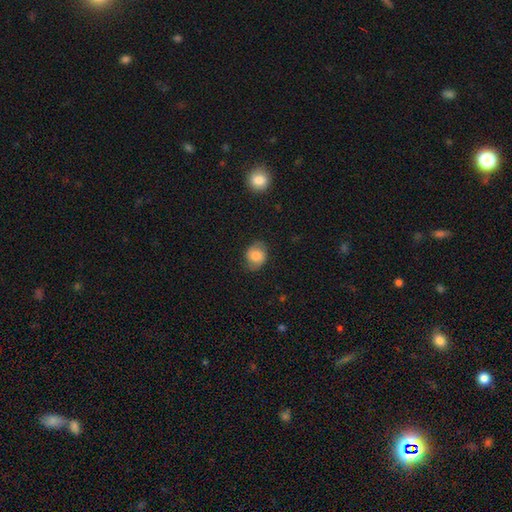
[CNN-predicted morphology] A smooth galaxy with no disk features (70%) that is round (55%).

Vote fractions:
- Smooth or featured? smooth: 70% / featured or disk: 21% / star or artifact: 9%
- How rounded? round: 55% / in between: 44% / cigar-shaped: 1%
- Merging? none: 75% / minor disturbance: 19% / major disturbance: 5% / merger: 1%